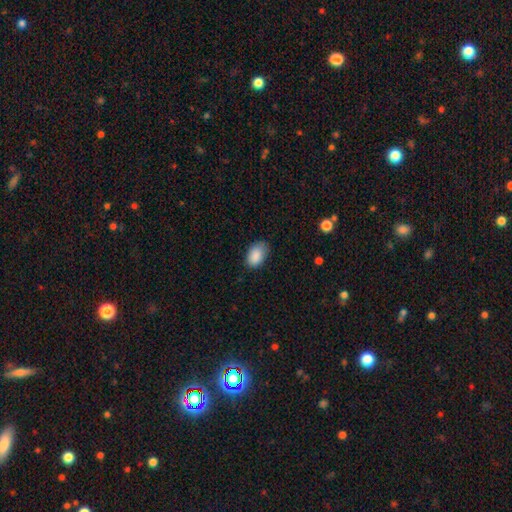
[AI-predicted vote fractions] smooth 88%, star or artifact 7%, featured or disk 4%. Down the decision tree: how rounded — in between (89%); merging — none (72%).